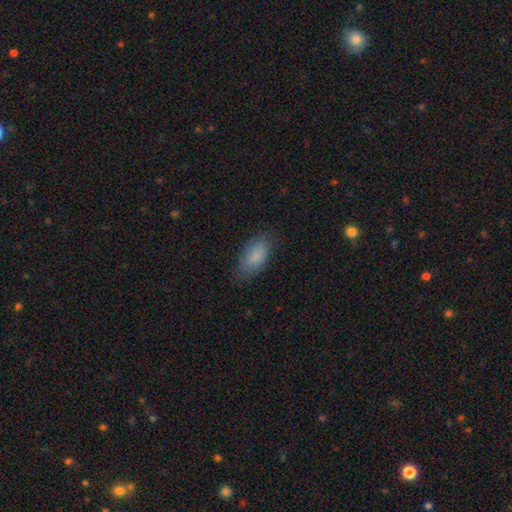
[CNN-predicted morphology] The model was most divided on "merging": none: 75%, minor disturbance: 19%, major disturbance: 5%, merger: 1%. More confident: how rounded — in between (91%); smooth or featured — smooth (85%).